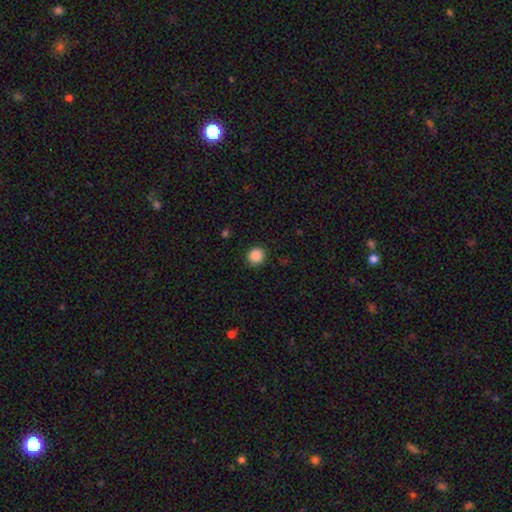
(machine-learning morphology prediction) A smooth galaxy with no disk features (88%) that is round (91%).

Vote fractions:
- Smooth or featured? smooth: 88% / star or artifact: 10% / featured or disk: 2%
- How rounded? round: 91% / in between: 8% / cigar-shaped: 1%
- Merging? none: 90% / minor disturbance: 7% / major disturbance: 2% / merger: 1%